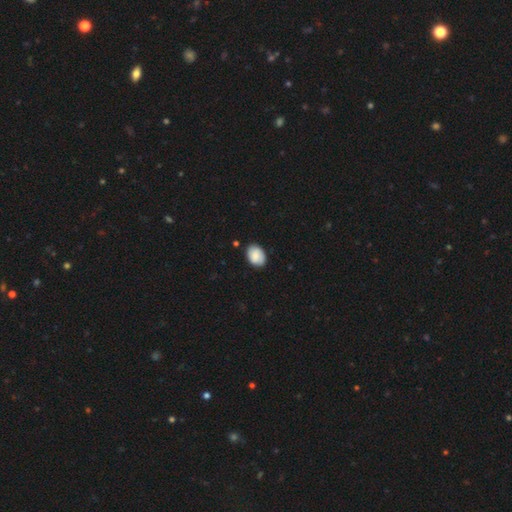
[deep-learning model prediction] Morphology: type=smooth (84%); roundness=in between (79%); merging=none (82%).